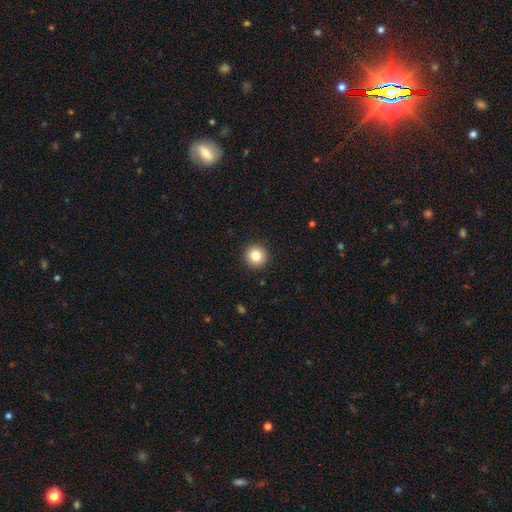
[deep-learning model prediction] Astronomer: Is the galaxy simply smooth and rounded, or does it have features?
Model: smooth — 85%.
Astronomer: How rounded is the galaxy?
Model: round — 95%.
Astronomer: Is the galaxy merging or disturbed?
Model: none — 93%.